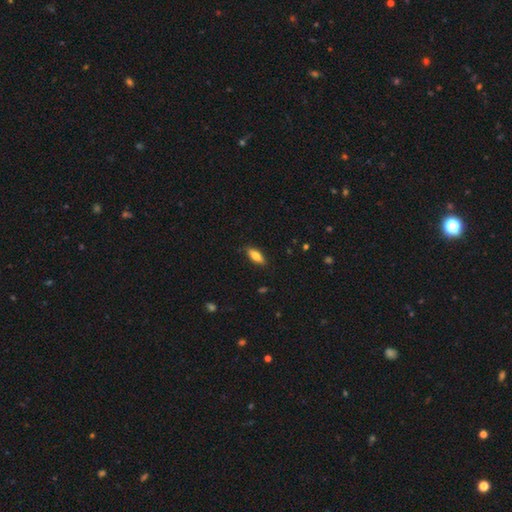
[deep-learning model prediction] Morphology: type=smooth (71%); roundness=in between (68%); merging=none (87%).